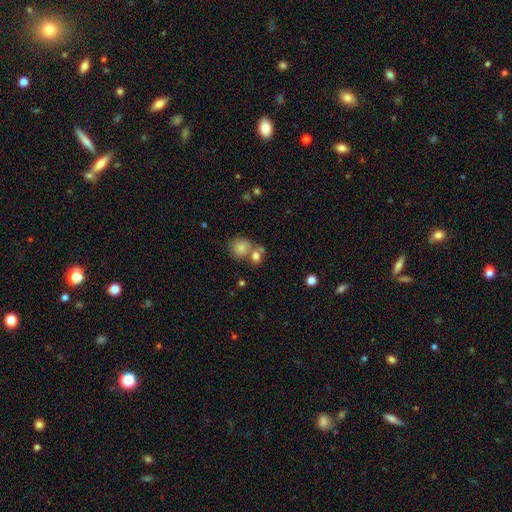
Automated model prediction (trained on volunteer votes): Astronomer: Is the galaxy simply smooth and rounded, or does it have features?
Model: smooth — 78%.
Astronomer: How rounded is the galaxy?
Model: round — 74%.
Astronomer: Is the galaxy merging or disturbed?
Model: none — 50% (runner-up: merger, 37%).